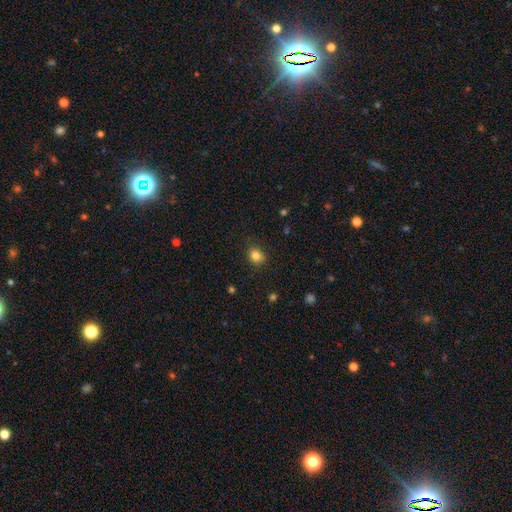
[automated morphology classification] The model was most divided on "how rounded": round: 68%, in between: 31%, cigar-shaped: 1%. More confident: smooth or featured — smooth (83%); merging — none (80%).